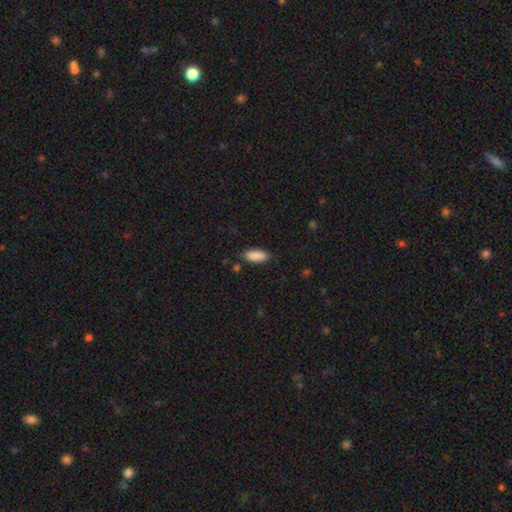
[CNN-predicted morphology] This is clearly a smooth galaxy (89%). How rounded: likely in between (79%). Merging: clearly none (83%).